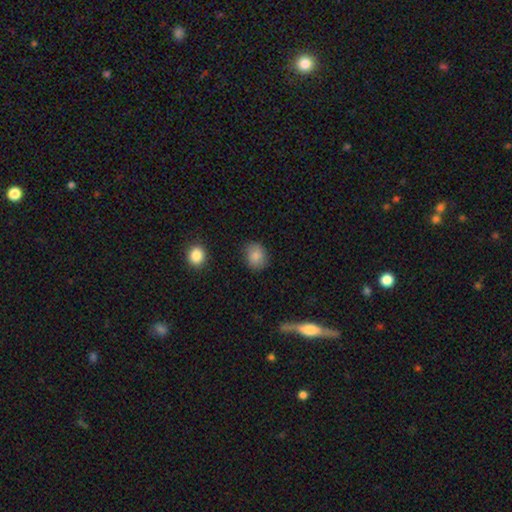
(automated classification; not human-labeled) Smooth or featured: smooth — 86% (star or artifact — 9%)
How rounded: round — 61% (in between — 38%)
Merging: none — 83% (minor disturbance — 12%)